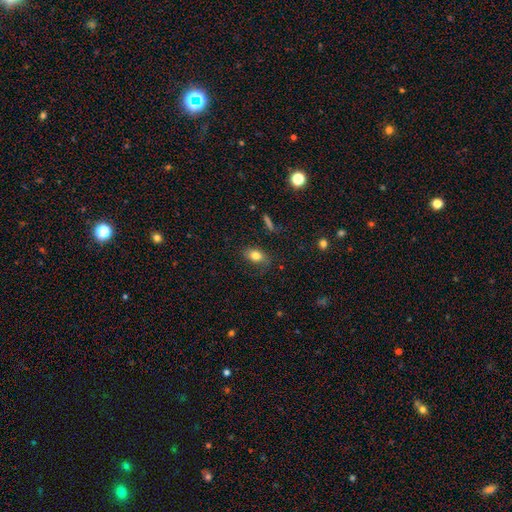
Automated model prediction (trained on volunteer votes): smooth_or_featured: smooth (p=0.79) [alt: featured or disk p=0.11]
how_rounded: in between (p=0.83) [alt: round p=0.14]
merging: none (p=0.74) [alt: minor disturbance p=0.18]